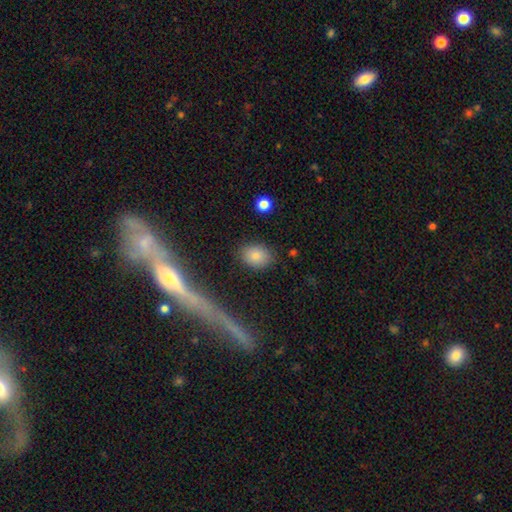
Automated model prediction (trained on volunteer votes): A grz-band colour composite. It shows a smooth galaxy with no disk features (79%) that is in between round and cigar-shaped (64%). Merging: none (85%).